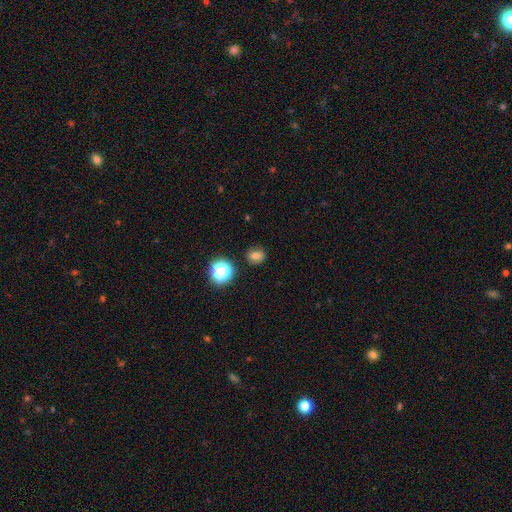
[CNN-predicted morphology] type=smooth (75%); roundness=round (68%); merging=none (84%).